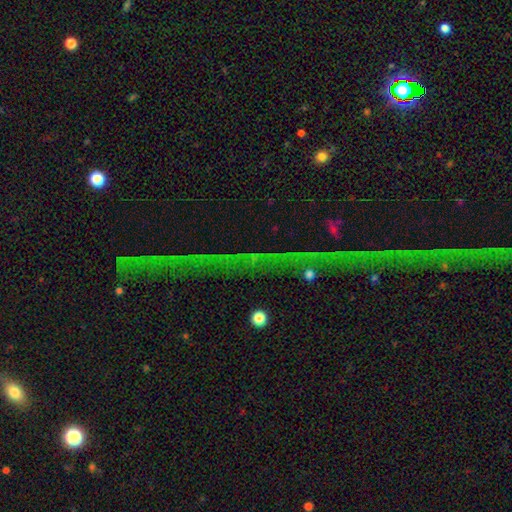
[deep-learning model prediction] Morphology: type=star or artifact (68%).